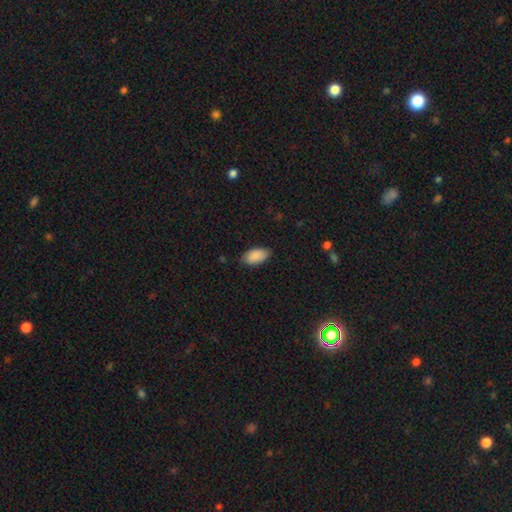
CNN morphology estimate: A smooth galaxy with no disk features (90%) that is in between round and cigar-shaped (95%).

Vote fractions:
- Smooth or featured? smooth: 90% / star or artifact: 6% / featured or disk: 4%
- How rounded? in between: 95% / round: 3% / cigar-shaped: 2%
- Merging? none: 84% / minor disturbance: 13% / major disturbance: 2% / merger: 1%